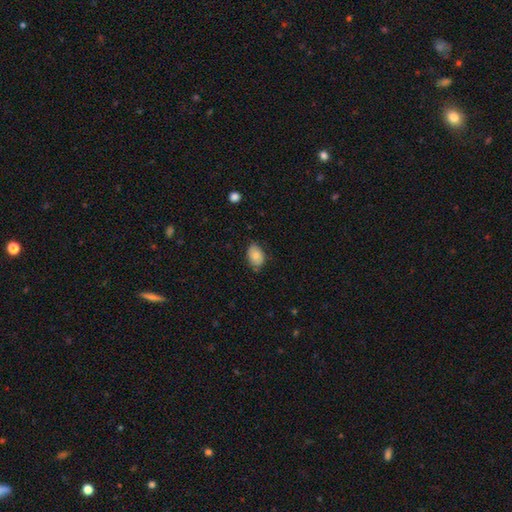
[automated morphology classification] Smooth or featured? smooth (76%)
How rounded? in between (84%)
Merging? none (70%)